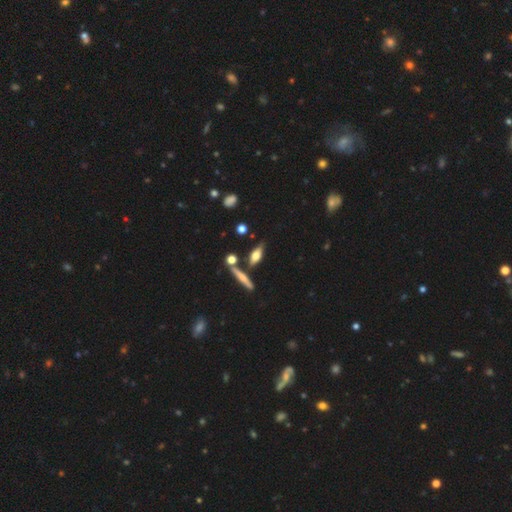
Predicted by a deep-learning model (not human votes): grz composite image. It shows a smooth galaxy with no disk features (49%). Merging: none (67%).